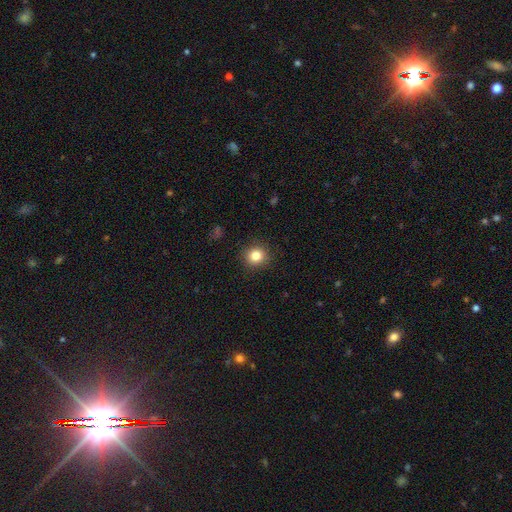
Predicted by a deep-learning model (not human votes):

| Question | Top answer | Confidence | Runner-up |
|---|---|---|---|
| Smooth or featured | smooth | 83% | star or artifact (11%) |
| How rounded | round | 88% | in between (11%) |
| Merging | none | 90% | minor disturbance (6%) |